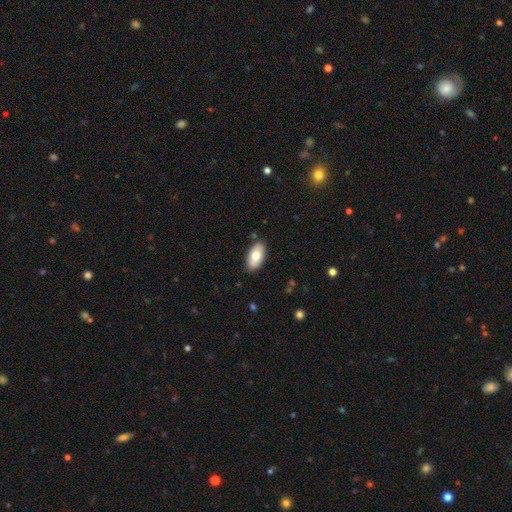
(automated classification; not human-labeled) smooth-or-featured: smooth: 75% | featured or disk: 18% | star or artifact: 6%
  how-rounded: in between: 93% | cigar-shaped: 4% | round: 3%
  merging: none: 86% | minor disturbance: 10% | major disturbance: 2% | merger: 1%